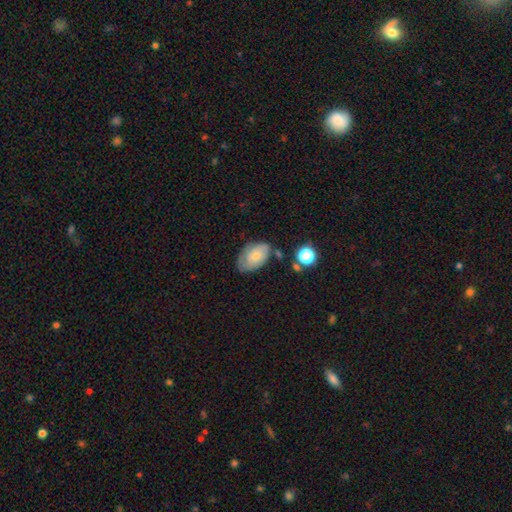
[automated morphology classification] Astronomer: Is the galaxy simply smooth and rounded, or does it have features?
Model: smooth — 69%.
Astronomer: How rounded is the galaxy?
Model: in between — 92%.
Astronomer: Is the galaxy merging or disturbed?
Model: none — 62%.